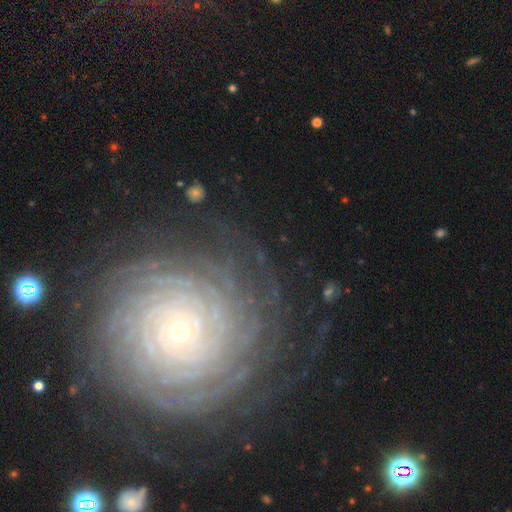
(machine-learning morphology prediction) Overall: featured or disk (85%). Edge-on disk: no (97%). Bar: no (78%). Spiral arms: yes (97%). Spiral arm count: more than 4 (38%; can't tell 22%). Spiral winding: tight (90%). Bulge size: small (80%). Merging: none (83%).